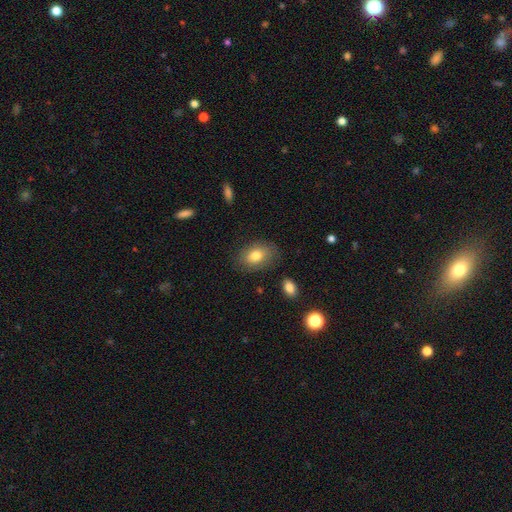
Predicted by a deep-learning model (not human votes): smooth 78%, featured or disk 14%, star or artifact 8%. Down the decision tree: how rounded — in between (82%); merging — none (80%).